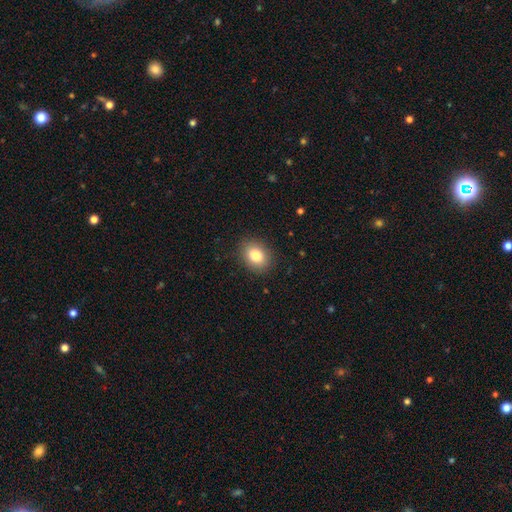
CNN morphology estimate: A smooth galaxy with no disk features (82%) that is in between round and cigar-shaped (52%). Merging: none (88%).